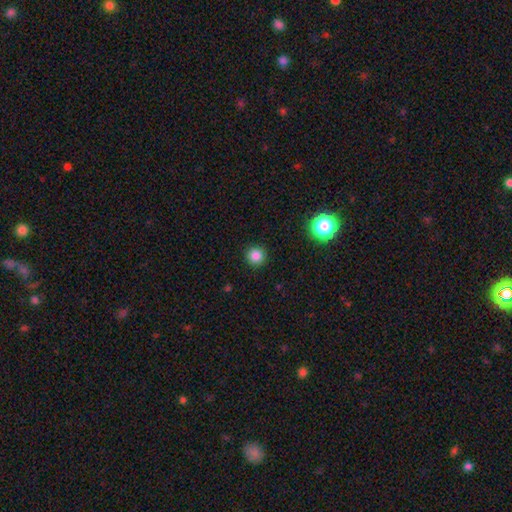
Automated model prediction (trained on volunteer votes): Smooth or featured? smooth (83%)
How rounded? round (95%)
Merging? none (92%)